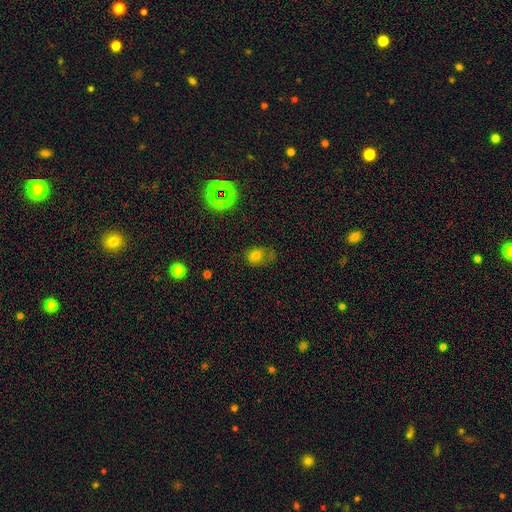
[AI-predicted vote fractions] Q: Smooth or featured?
A: smooth (68%); runner-up: star or artifact (19%)
Q: How rounded?
A: in between (68%); runner-up: round (31%)
Q: Merging?
A: none (45%); runner-up: minor disturbance (29%)